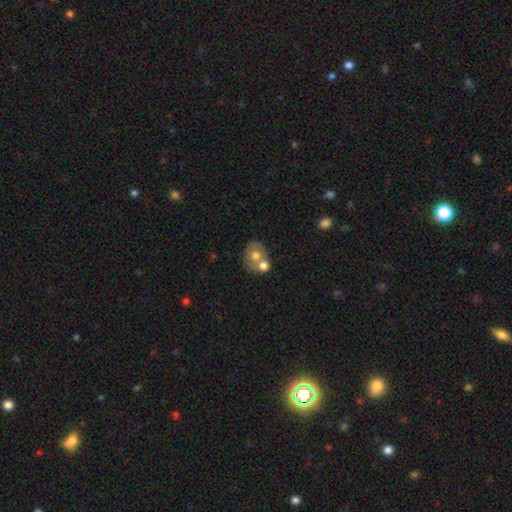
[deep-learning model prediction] The model was most divided on "how rounded": round: 58%, in between: 41%, cigar-shaped: 1%. More confident: smooth or featured — smooth (63%); merging — merger (52%).